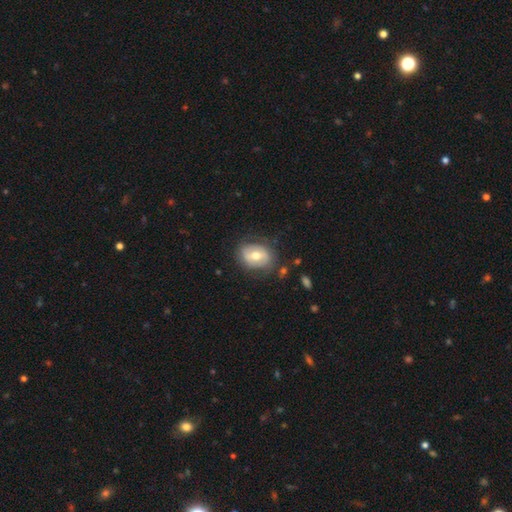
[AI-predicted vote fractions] This is possibly a featured or disk galaxy (48%). Merging: likely none (74%).